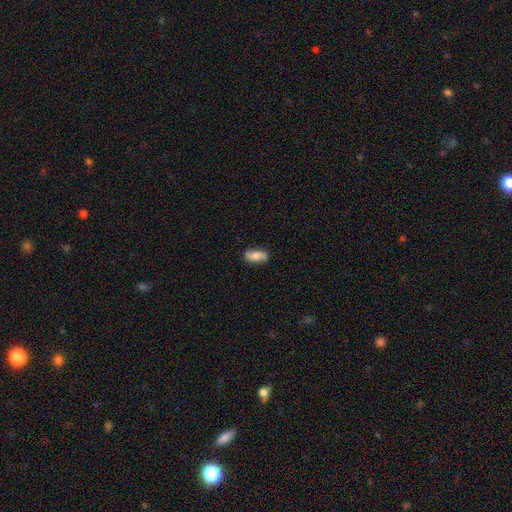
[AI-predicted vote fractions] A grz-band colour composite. It shows a smooth galaxy with no disk features (59%) that is in between round and cigar-shaped (85%). Merging: none (83%).